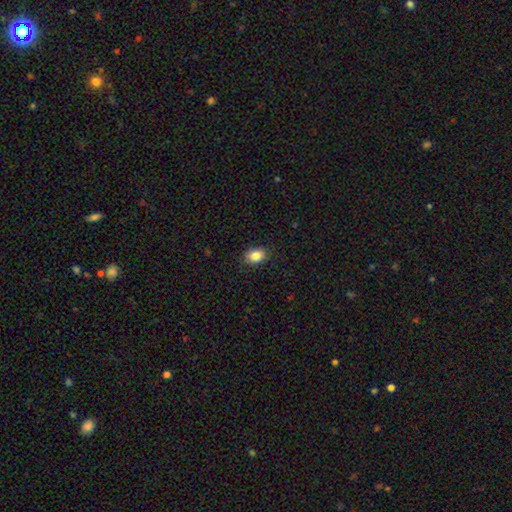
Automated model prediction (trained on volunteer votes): Overall: smooth (86%). How rounded: in between (77%). Merging: none (87%).